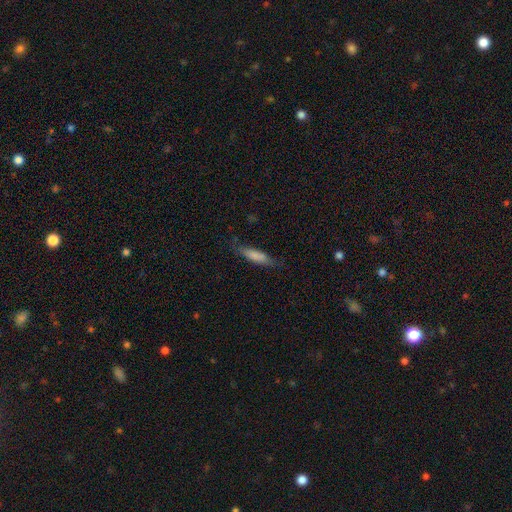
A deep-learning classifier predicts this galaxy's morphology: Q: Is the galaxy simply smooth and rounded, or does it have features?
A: smooth — 77%.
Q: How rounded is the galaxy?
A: cigar-shaped — 68%.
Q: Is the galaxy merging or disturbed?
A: none — 71%.